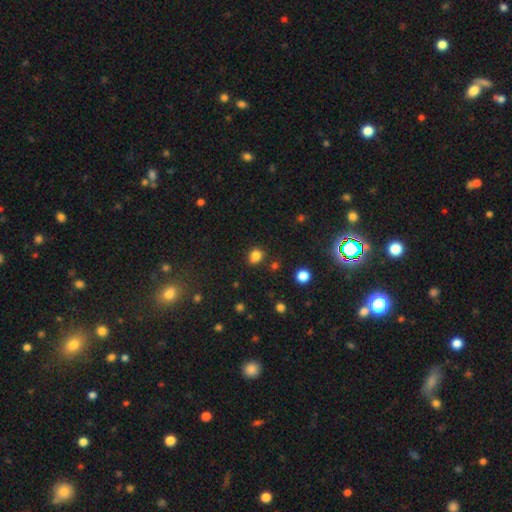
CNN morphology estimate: A smooth galaxy with no disk features (82%) that is round (63%).

Vote fractions:
- Smooth or featured? smooth: 82% / star or artifact: 13% / featured or disk: 5%
- How rounded? round: 63% / in between: 36% / cigar-shaped: 1%
- Merging? none: 80% / minor disturbance: 13% / merger: 4% / major disturbance: 3%